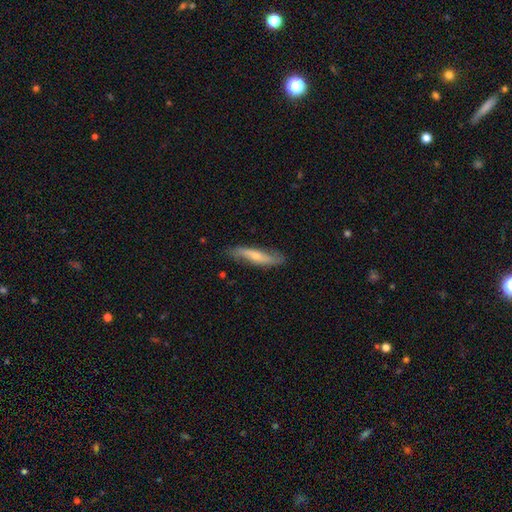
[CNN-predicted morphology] A featured or disk galaxy (52%) viewed edge-on (55%).

Vote fractions:
- Smooth or featured? featured or disk: 52% / smooth: 43% / star or artifact: 6%
- Edge-on disk? yes: 55% / no: 45%
- Merging? none: 76% / minor disturbance: 19% / major disturbance: 4% / merger: 2%